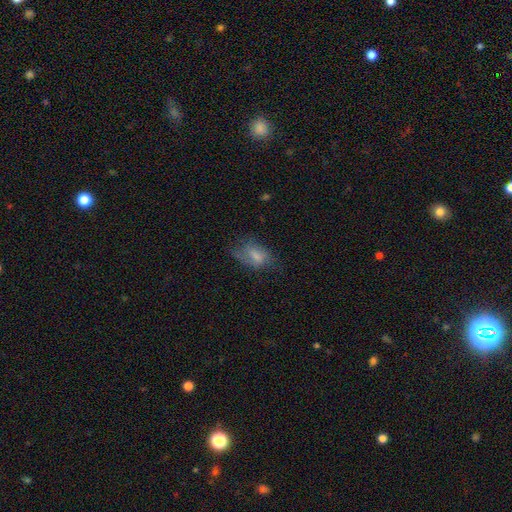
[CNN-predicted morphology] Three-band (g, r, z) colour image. It shows a smooth galaxy with no disk features (58%) that is in between round and cigar-shaped (86%). Merging: none (45%).